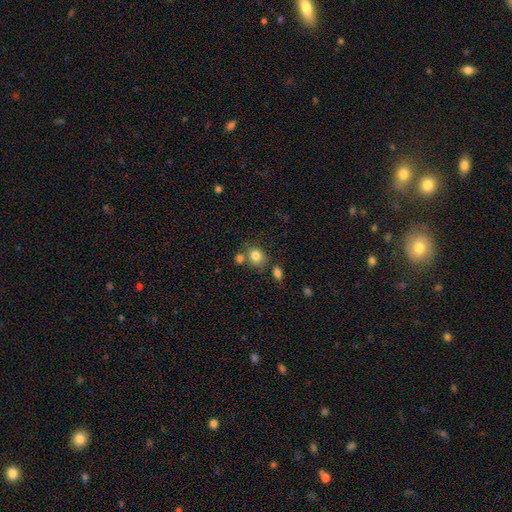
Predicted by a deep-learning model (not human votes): Smooth or featured? Predicted: smooth (p=0.82). How rounded? Predicted: round (p=0.58). Merging? Predicted: none (p=0.60).